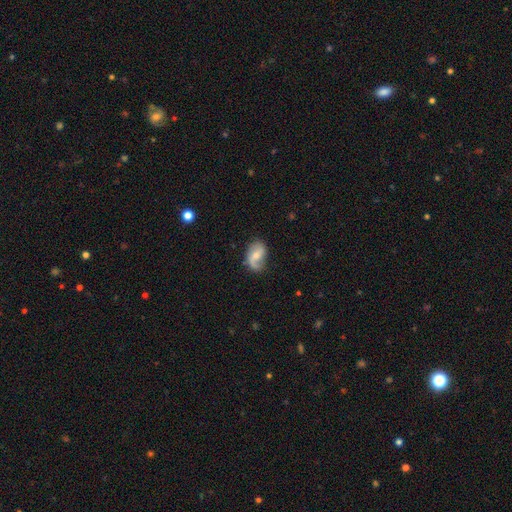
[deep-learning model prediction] Morphology: type=featured or disk (62%); edge-on=no (97%); bar=weak (44%, tied with no); spiral arms=yes (87%); winding=loose (55%); arm count=2 (64%); bulge=moderate (47%); merging=none (60%).